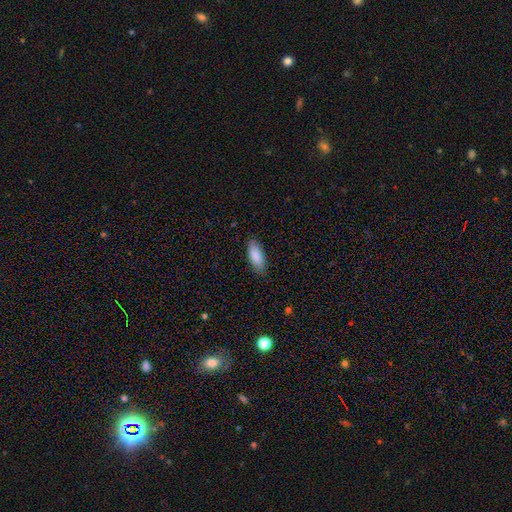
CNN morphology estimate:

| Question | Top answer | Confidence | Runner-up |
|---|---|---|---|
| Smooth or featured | smooth | 88% | featured or disk (6%) |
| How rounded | in between | 80% | cigar-shaped (18%) |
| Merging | none | 85% | minor disturbance (12%) |